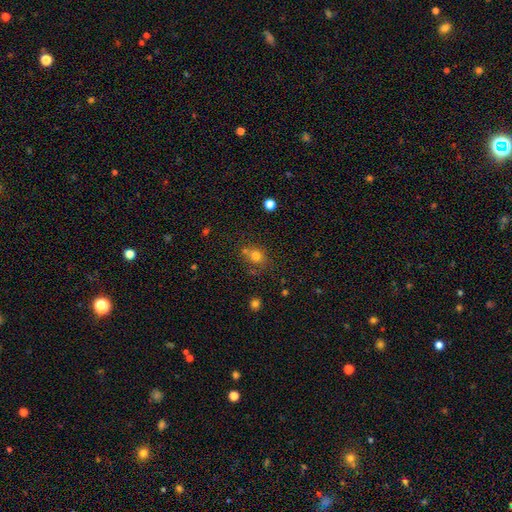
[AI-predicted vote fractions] Morphology: type=smooth (76%); roundness=round (72%); merging=none (56%).